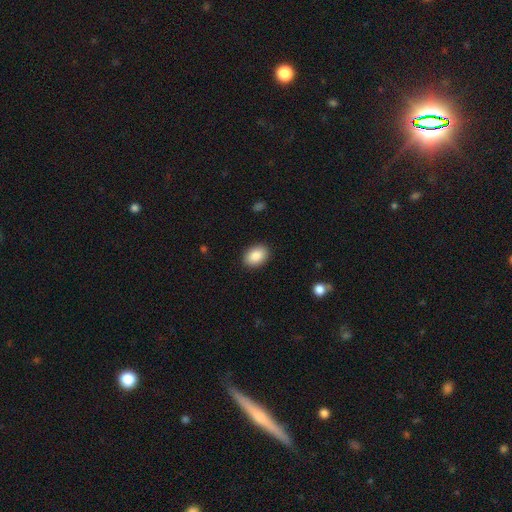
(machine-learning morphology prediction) Smooth or featured?
  - smooth: 89% *
  - star or artifact: 7%
  - featured or disk: 4%
How rounded?
  - in between: 83% *
  - round: 16%
  - cigar-shaped: 1%
Merging?
  - none: 89% *
  - minor disturbance: 8%
  - major disturbance: 2%
  - merger: 1%